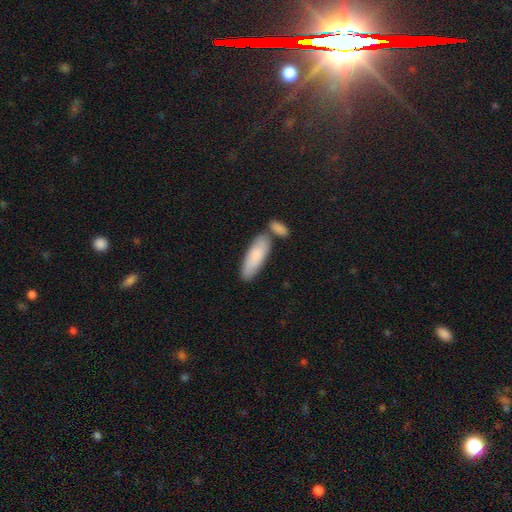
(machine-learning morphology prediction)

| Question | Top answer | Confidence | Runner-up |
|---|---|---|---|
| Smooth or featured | smooth | 82% | featured or disk (12%) |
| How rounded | in between | 60% | cigar-shaped (39%) |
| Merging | none | 56% | merger (24%) |